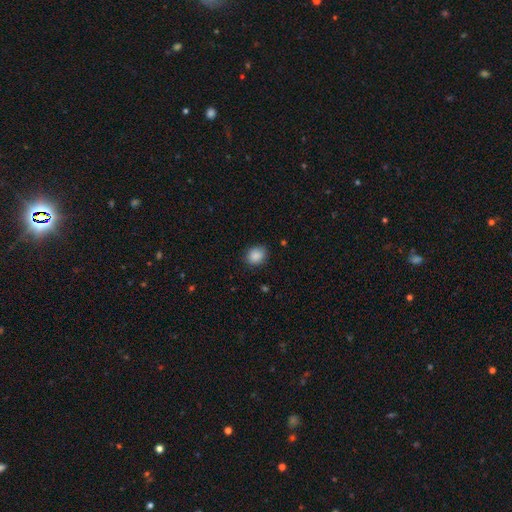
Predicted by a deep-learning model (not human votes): Q: Smooth or featured?
A: smooth (87%); runner-up: star or artifact (8%)
Q: How rounded?
A: round (55%); runner-up: in between (44%)
Q: Merging?
A: none (78%); runner-up: minor disturbance (17%)